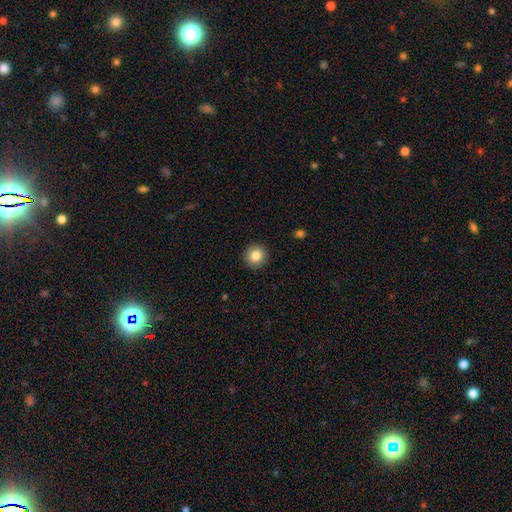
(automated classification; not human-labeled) A smooth galaxy with no disk features (83%) that is round (92%). Merging: none (92%).